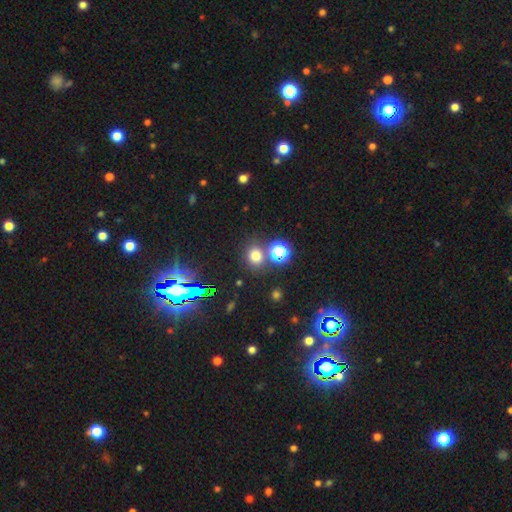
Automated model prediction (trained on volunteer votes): Smooth or featured? smooth (68%)
How rounded? round (74%)
Merging? none (74%)